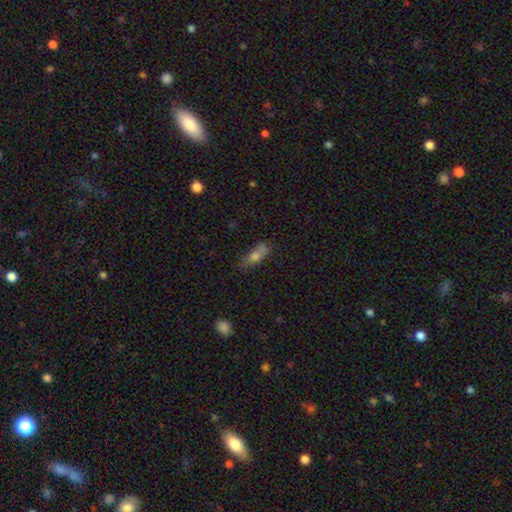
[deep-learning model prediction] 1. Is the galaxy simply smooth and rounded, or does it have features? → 62% smooth, 27% featured or disk, 11% star or artifact.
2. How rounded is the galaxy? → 50% in between, 45% cigar-shaped, 5% round.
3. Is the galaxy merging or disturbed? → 58% none, 22% minor disturbance, 12% merger, 8% major disturbance.